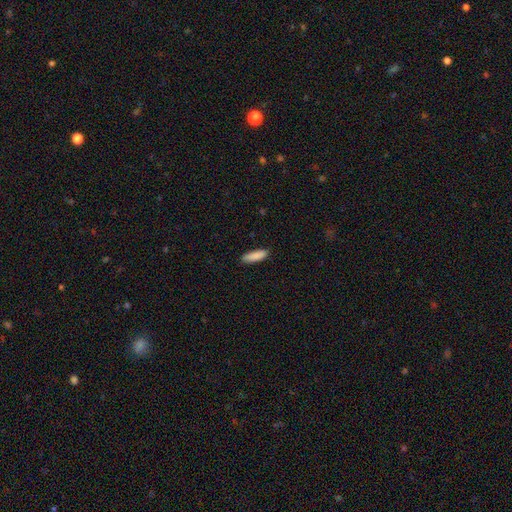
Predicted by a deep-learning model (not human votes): Smooth or featured: smooth — 89% (star or artifact — 6%)
How rounded: cigar-shaped — 59% (in between — 39%)
Merging: none — 89% (minor disturbance — 9%)